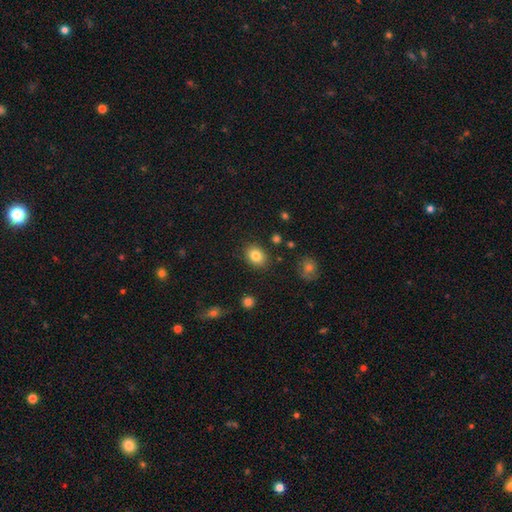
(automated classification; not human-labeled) smooth 83%, star or artifact 9%, featured or disk 8%. Down the decision tree: how rounded — in between (58%); merging — none (85%).